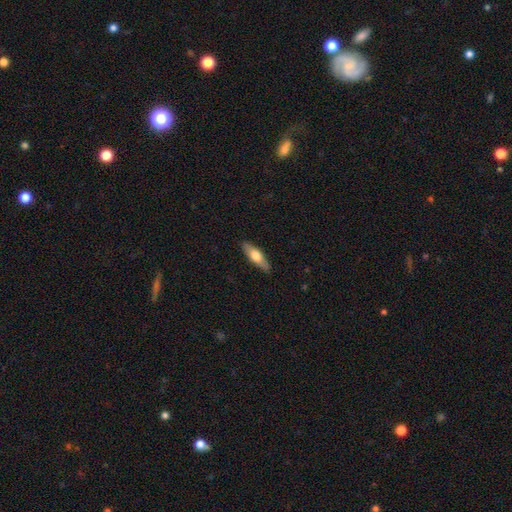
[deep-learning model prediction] A smooth galaxy with no disk features (60%) that is cigar-shaped (52%). Merging: none (87%).